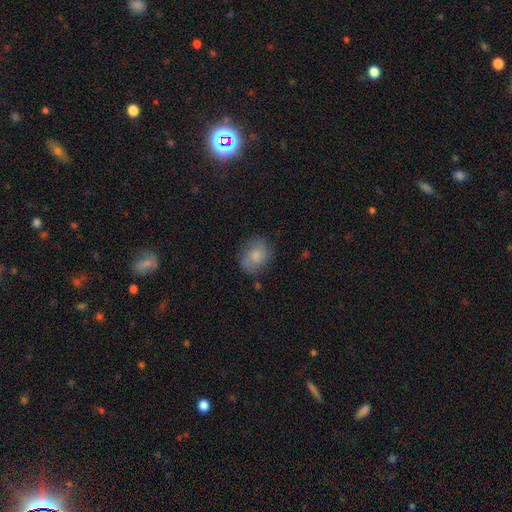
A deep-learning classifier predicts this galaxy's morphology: Smooth or featured? smooth (68%)
How rounded? in between (53%)
Merging? none (69%)